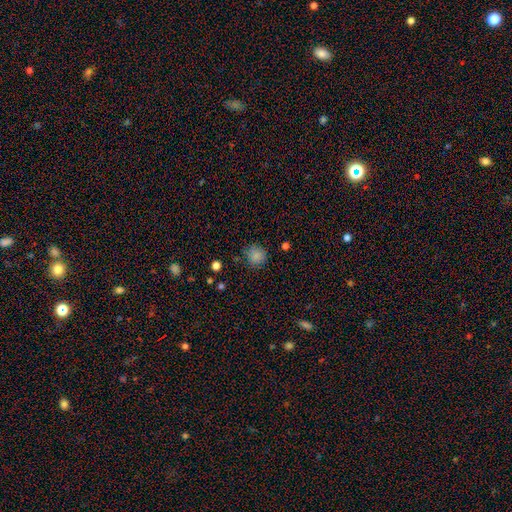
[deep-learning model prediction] A smooth galaxy with no disk features (83%) that is round (91%). Merging: none (81%).